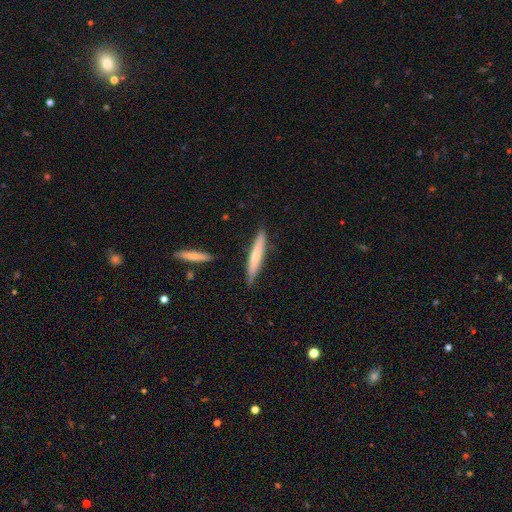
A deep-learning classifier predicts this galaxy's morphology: This appears to be a smooth galaxy with no disk features (58%) that is cigar-shaped (91%). Merging: none (84%).